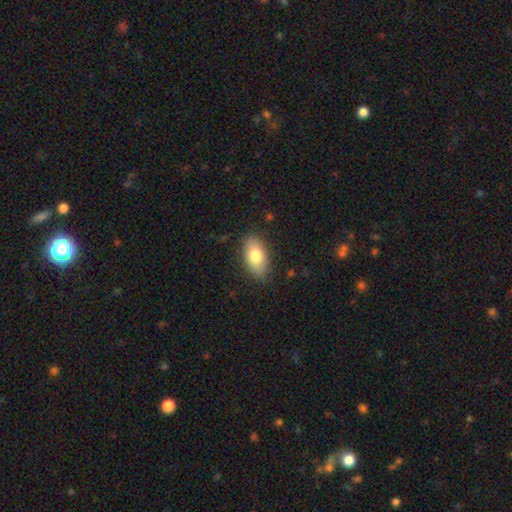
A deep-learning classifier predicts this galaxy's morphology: Smooth or featured?
  - smooth: 78% *
  - featured or disk: 16%
  - star or artifact: 7%
How rounded?
  - in between: 91% *
  - round: 5%
  - cigar-shaped: 4%
Merging?
  - none: 84% *
  - minor disturbance: 12%
  - major disturbance: 3%
  - merger: 1%